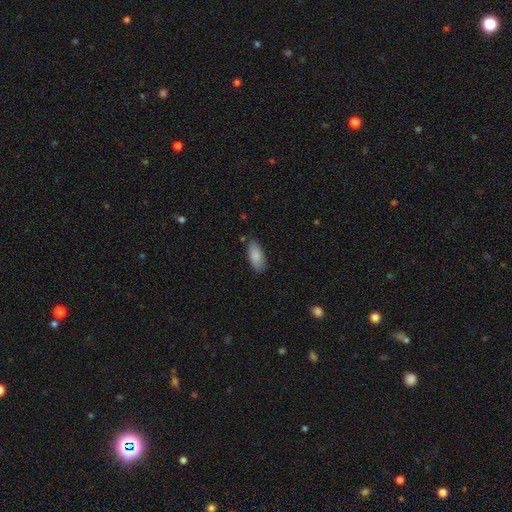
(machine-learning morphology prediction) Smooth or featured: smooth — 88% (featured or disk — 6%)
How rounded: in between — 86% (cigar-shaped — 12%)
Merging: none — 80% (minor disturbance — 15%)